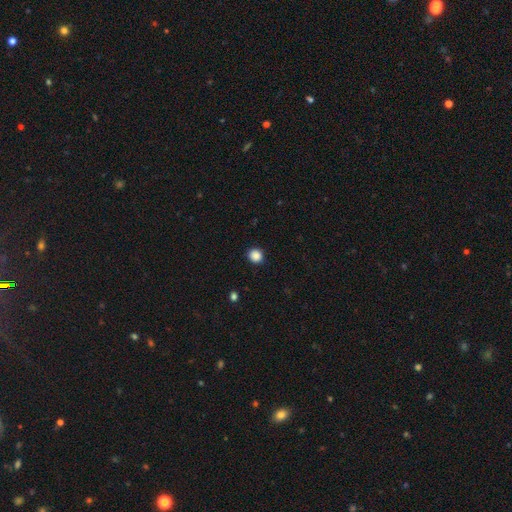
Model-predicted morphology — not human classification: smooth_or_featured: smooth (p=0.87) [alt: star or artifact p=0.10]
how_rounded: round (p=0.90) [alt: in between p=0.09]
merging: none (p=0.91) [alt: minor disturbance p=0.06]